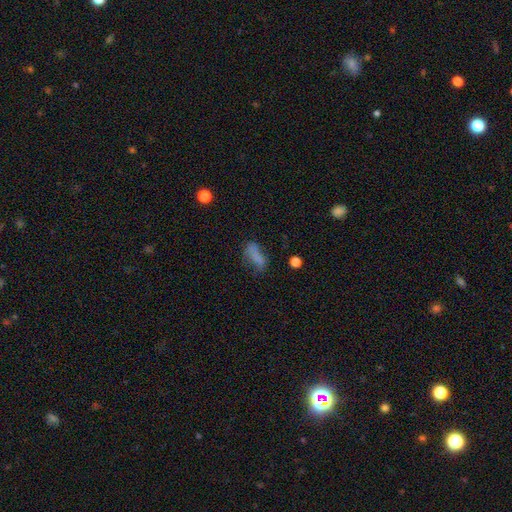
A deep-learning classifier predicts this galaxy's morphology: The model was most divided on "merging": none: 39%, minor disturbance: 28%, major disturbance: 26%, merger: 6%. More confident: how rounded — in between (76%); smooth or featured — smooth (67%).